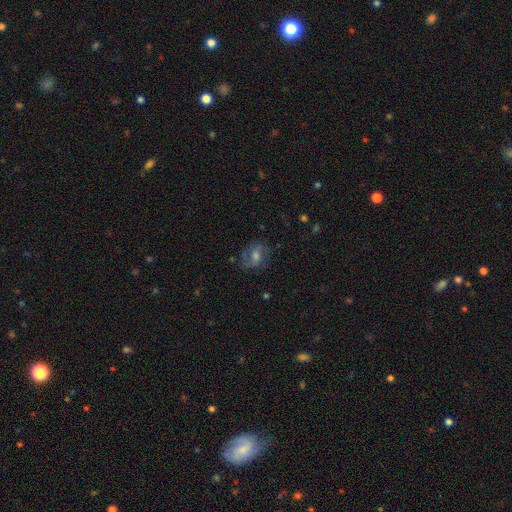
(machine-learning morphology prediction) A featured or disk galaxy (62%) with a weak bar (45%), 2 (76%) medium (50%) spiral arms (84%) and a moderate central bulge (58%). Merging: none (72%).